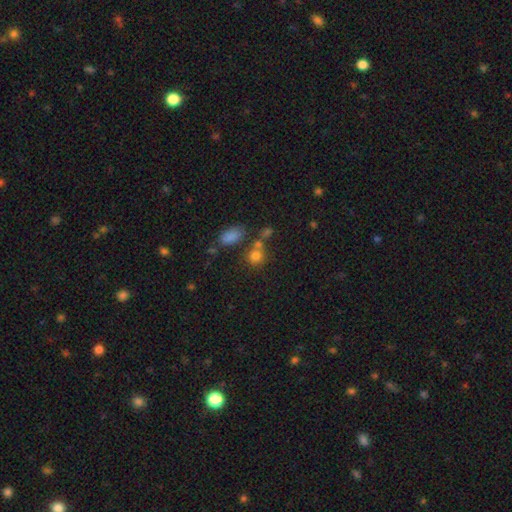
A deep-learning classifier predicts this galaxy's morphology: type=smooth (77%); roundness=round (75%); merging=none (57%).